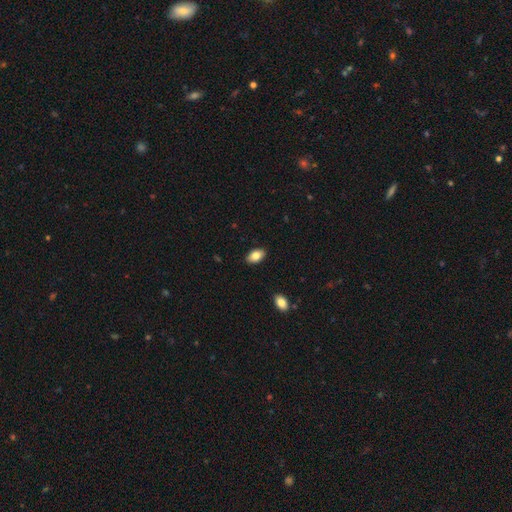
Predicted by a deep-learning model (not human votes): Overall: smooth (82%). How rounded: in between (92%). Merging: none (89%).